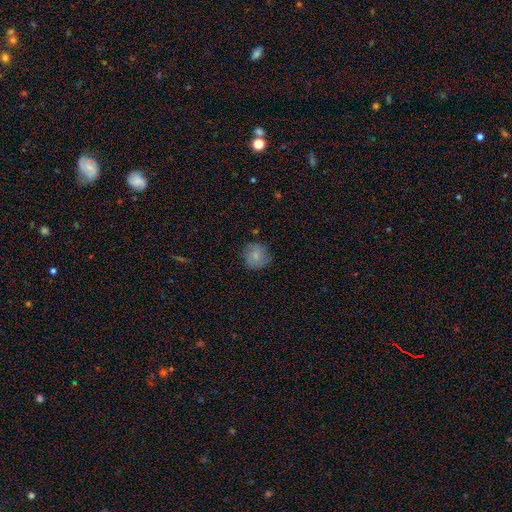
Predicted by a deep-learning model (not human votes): Smooth or featured: smooth — 75% (featured or disk — 16%)
How rounded: round — 89% (in between — 10%)
Merging: none — 75% (minor disturbance — 18%)